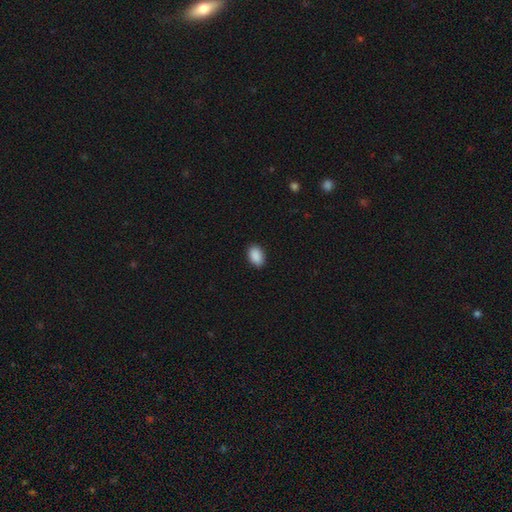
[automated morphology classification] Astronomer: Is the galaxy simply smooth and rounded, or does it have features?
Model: smooth — 90%.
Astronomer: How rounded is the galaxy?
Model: in between — 90%.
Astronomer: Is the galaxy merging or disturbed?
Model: none — 89%.